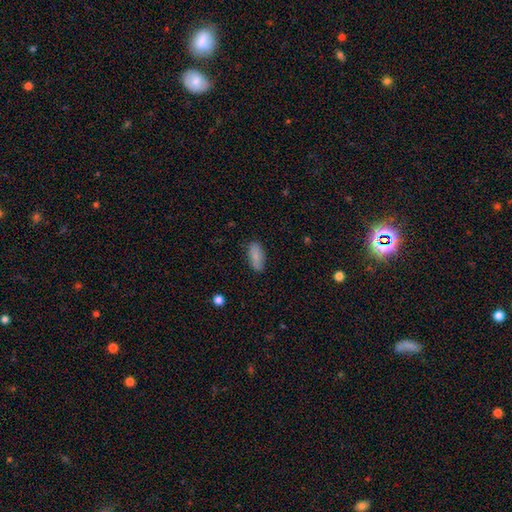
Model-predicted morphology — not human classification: Q: Smooth or featured?
A: smooth (83%); runner-up: featured or disk (11%)
Q: How rounded?
A: in between (84%); runner-up: cigar-shaped (13%)
Q: Merging?
A: none (84%); runner-up: minor disturbance (12%)